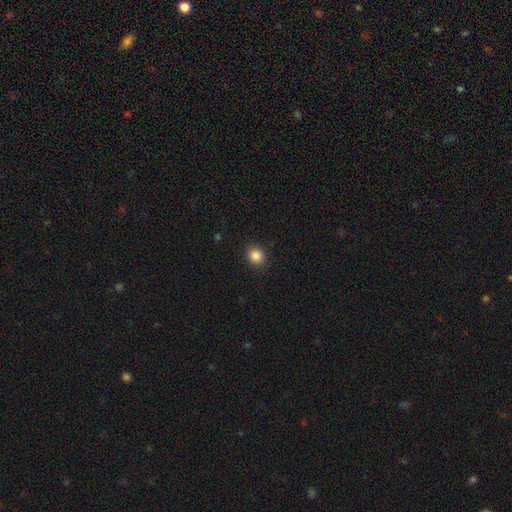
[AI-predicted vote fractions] A smooth galaxy with no disk features (86%) that is round (76%). Merging: none (90%).